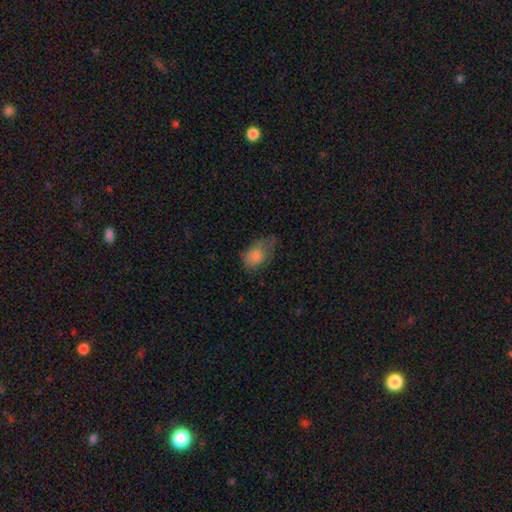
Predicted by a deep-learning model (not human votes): This is likely a smooth galaxy (77%). How rounded: clearly in between (82%). Merging: marginally minor disturbance (35%, tied with none).